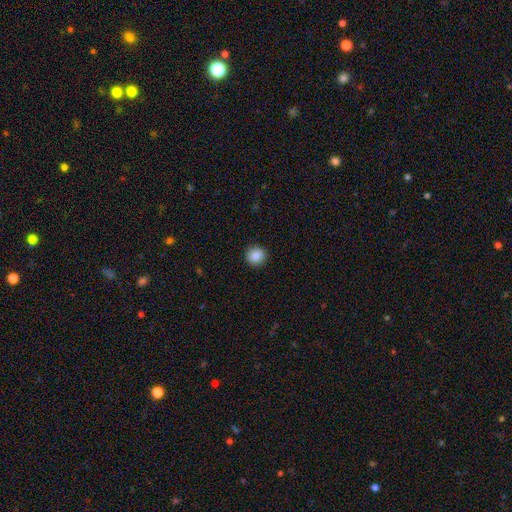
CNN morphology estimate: Smooth or featured: smooth — 88% (star or artifact — 9%)
How rounded: round — 91% (in between — 8%)
Merging: none — 92% (minor disturbance — 6%)